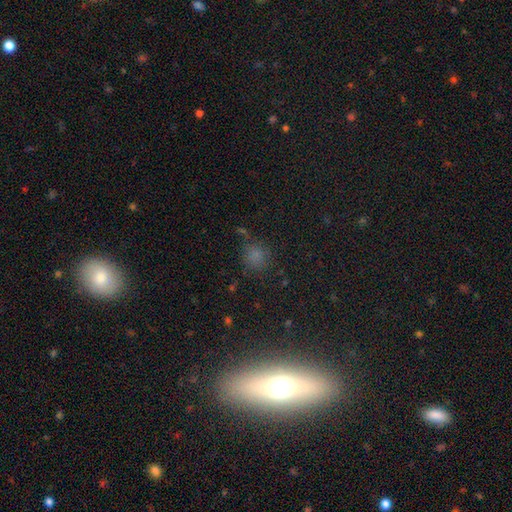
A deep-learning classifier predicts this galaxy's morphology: Smooth or featured?
  - smooth: 71% *
  - star or artifact: 22%
  - featured or disk: 6%
How rounded?
  - round: 84% *
  - in between: 15%
  - cigar-shaped: 1%
Merging?
  - none: 71% *
  - minor disturbance: 16%
  - major disturbance: 7%
  - merger: 6%